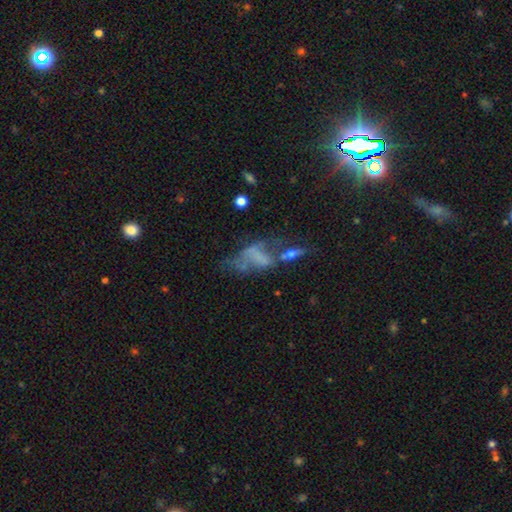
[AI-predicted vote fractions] A featured or disk galaxy (47%).

Vote fractions:
- Smooth or featured? featured or disk: 47% / smooth: 35% / star or artifact: 18%
- Merging? major disturbance: 36% / merger: 30% / none: 20% / minor disturbance: 15%